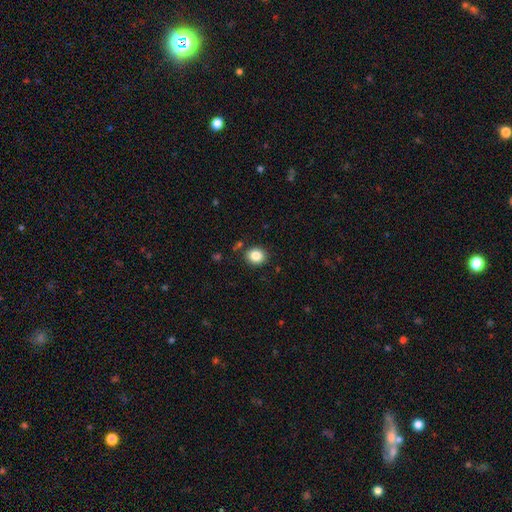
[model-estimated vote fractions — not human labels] Smooth or featured? Predicted: smooth (p=0.85). How rounded? Predicted: round (p=0.80). Merging? Predicted: none (p=0.88).